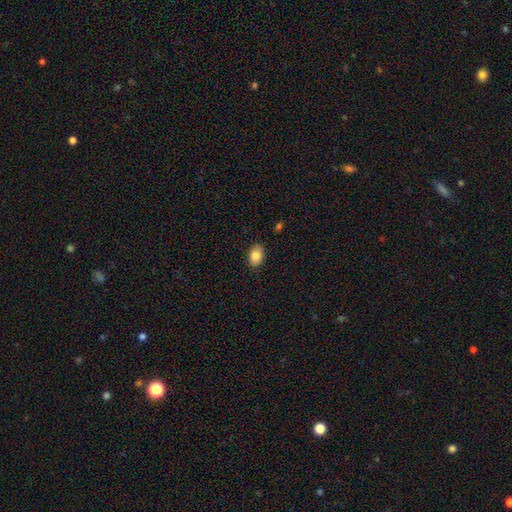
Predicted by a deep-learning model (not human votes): This is clearly a smooth galaxy (83%). How rounded: clearly in between (82%). Merging: clearly none (88%).